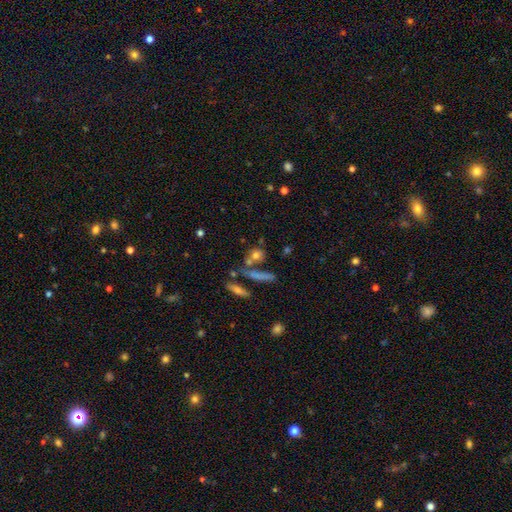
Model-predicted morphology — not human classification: This is likely a smooth galaxy (69%). How rounded: possibly round (57%). Merging: possibly none (56%).